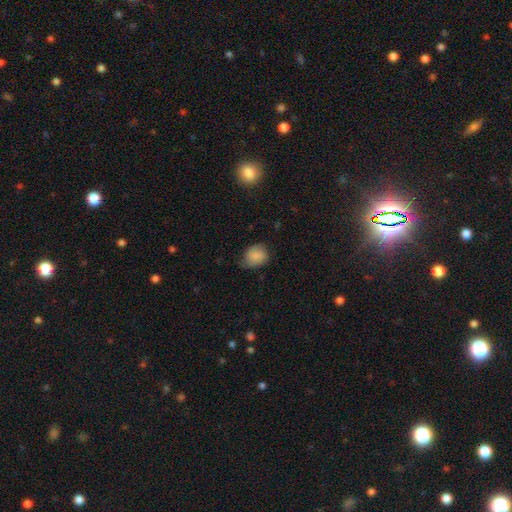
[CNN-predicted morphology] smooth 77%, featured or disk 14%, star or artifact 8%. Down the decision tree: how rounded — round (55%); merging — none (59%).